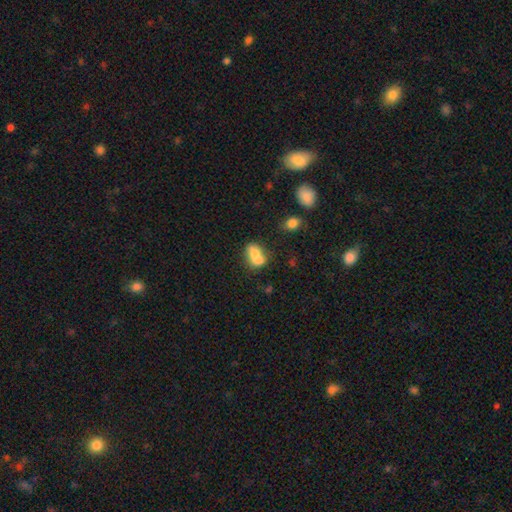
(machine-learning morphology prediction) Smooth or featured? smooth (69%)
How rounded? in between (67%)
Merging? merger (55%)